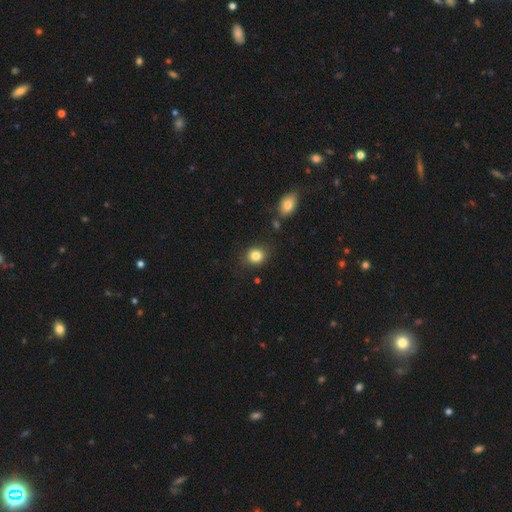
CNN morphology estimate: The model was most divided on "how rounded": round: 72%, in between: 27%, cigar-shaped: 1%. More confident: smooth or featured — smooth (84%); merging — none (82%).